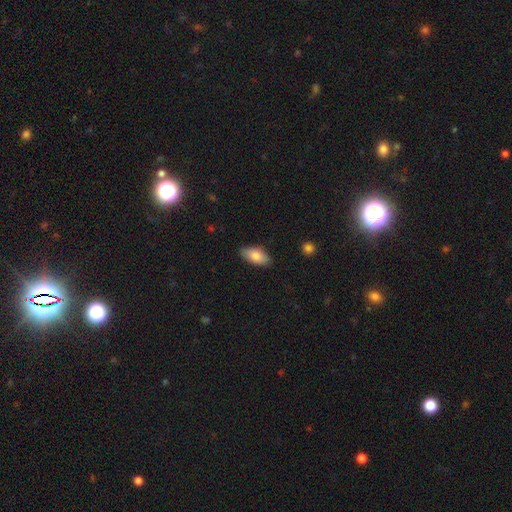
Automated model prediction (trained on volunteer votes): A smooth galaxy with no disk features (81%) that is in between round and cigar-shaped (91%).

Vote fractions:
- Smooth or featured? smooth: 81% / featured or disk: 13% / star or artifact: 6%
- How rounded? in between: 91% / cigar-shaped: 7% / round: 3%
- Merging? none: 84% / minor disturbance: 13% / major disturbance: 2% / merger: 1%